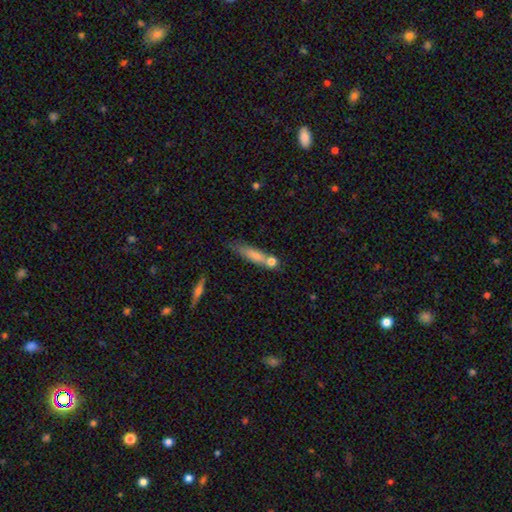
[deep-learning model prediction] smooth-or-featured: smooth: 69% | featured or disk: 23% | star or artifact: 8%
  how-rounded: cigar-shaped: 71% | in between: 24% | round: 5%
  merging: none: 45% | merger: 29% | minor disturbance: 18% | major disturbance: 8%